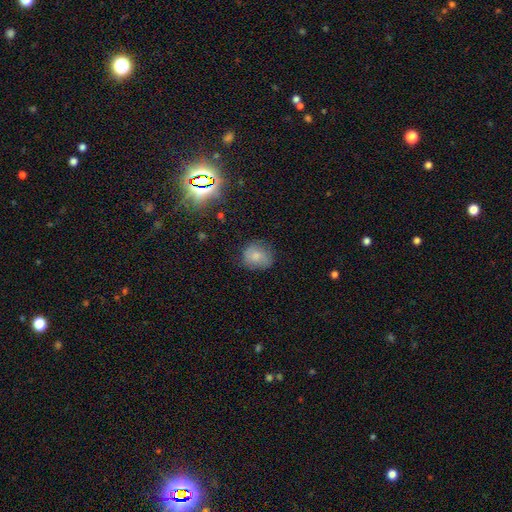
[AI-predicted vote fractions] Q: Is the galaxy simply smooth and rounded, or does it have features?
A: smooth — 76%.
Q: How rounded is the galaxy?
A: round — 65%.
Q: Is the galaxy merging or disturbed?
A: none — 69%.